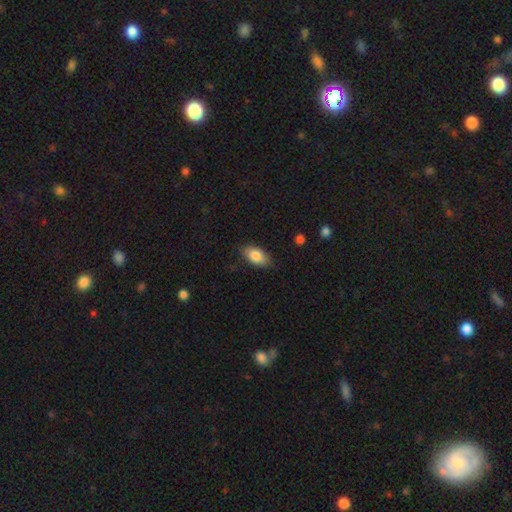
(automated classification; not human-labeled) A smooth galaxy with no disk features (84%) that is in between round and cigar-shaped (92%). Merging: none (84%).